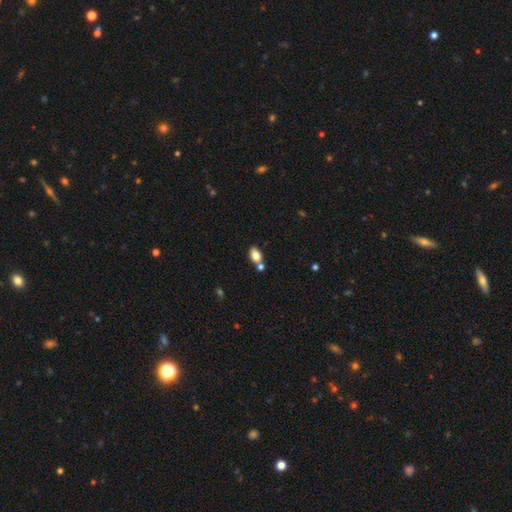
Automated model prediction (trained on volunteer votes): The model was most divided on "merging": none: 59%, merger: 25%, minor disturbance: 12%, major disturbance: 3%. More confident: how rounded — in between (84%); smooth or featured — smooth (81%).